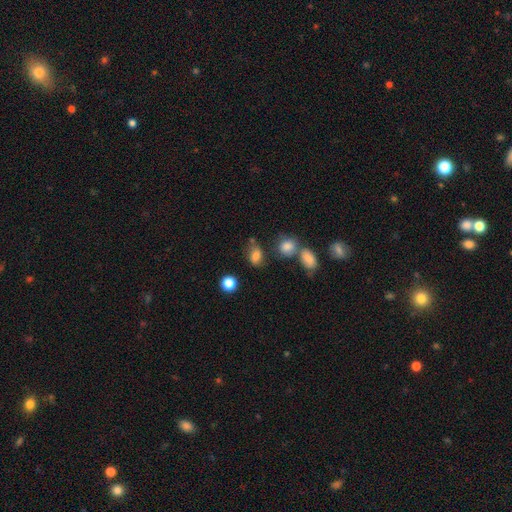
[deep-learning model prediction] A smooth galaxy with no disk features (76%) that is in between round and cigar-shaped (72%).

Vote fractions:
- Smooth or featured? smooth: 76% / star or artifact: 12% / featured or disk: 12%
- How rounded? in between: 72% / round: 25% / cigar-shaped: 3%
- Merging? none: 55% / minor disturbance: 22% / merger: 14% / major disturbance: 9%